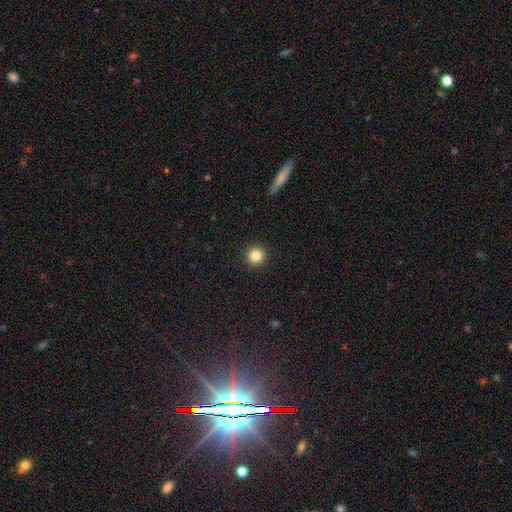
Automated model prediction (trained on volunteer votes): smooth 83%, star or artifact 11%, featured or disk 5%. Down the decision tree: how rounded — round (95%); merging — none (93%).